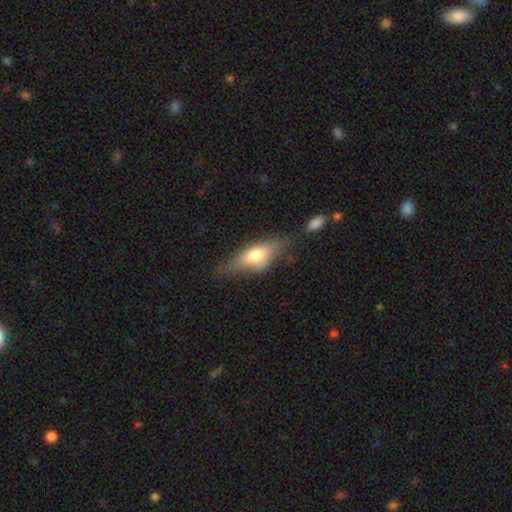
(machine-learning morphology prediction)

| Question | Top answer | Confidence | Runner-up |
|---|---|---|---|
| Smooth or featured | smooth | 61% | featured or disk (32%) |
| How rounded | in between | 66% | cigar-shaped (30%) |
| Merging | none | 56% | minor disturbance (27%) |